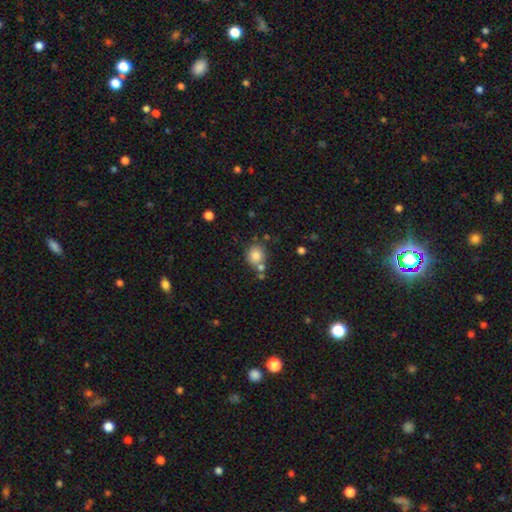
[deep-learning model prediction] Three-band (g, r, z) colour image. It shows a smooth galaxy with no disk features (82%) that is round (82%). Merging: none (62%).